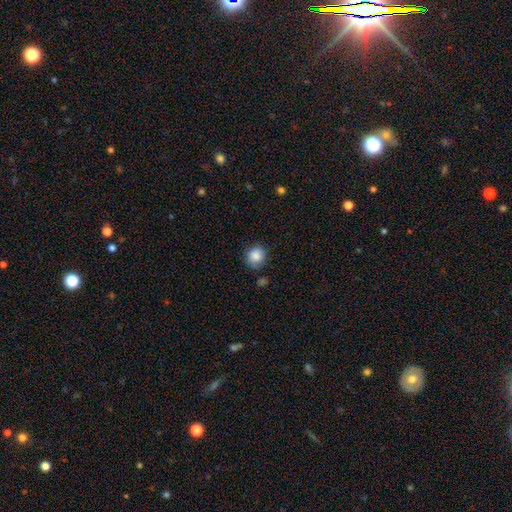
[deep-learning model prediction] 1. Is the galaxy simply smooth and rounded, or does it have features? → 85% smooth, 9% star or artifact, 6% featured or disk.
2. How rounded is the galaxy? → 86% round, 13% in between, 1% cigar-shaped.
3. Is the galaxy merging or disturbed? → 75% none, 17% minor disturbance, 4% major disturbance, 3% merger.